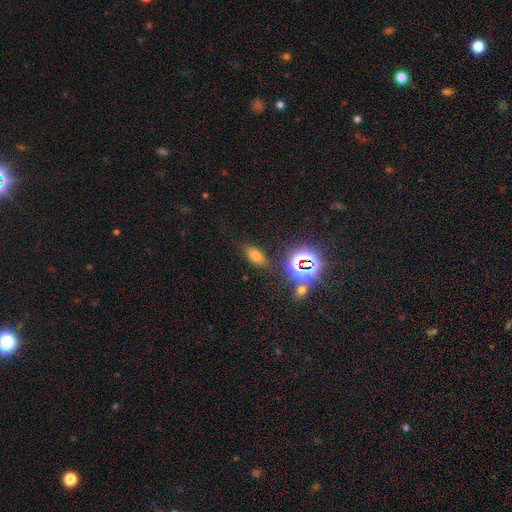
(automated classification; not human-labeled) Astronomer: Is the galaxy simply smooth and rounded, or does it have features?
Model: smooth — 63%.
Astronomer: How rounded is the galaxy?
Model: in between — 79%.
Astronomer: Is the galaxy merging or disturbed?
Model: none — 83%.